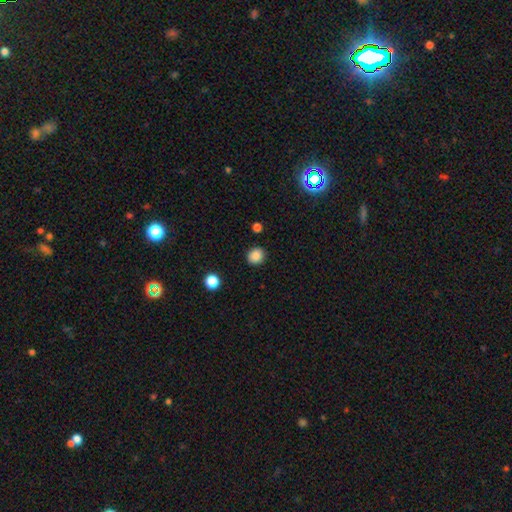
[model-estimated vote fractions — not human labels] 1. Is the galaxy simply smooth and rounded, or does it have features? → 86% smooth, 11% star or artifact, 4% featured or disk.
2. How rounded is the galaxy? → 81% round, 18% in between, 1% cigar-shaped.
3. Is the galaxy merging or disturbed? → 88% none, 8% minor disturbance, 2% major disturbance, 2% merger.